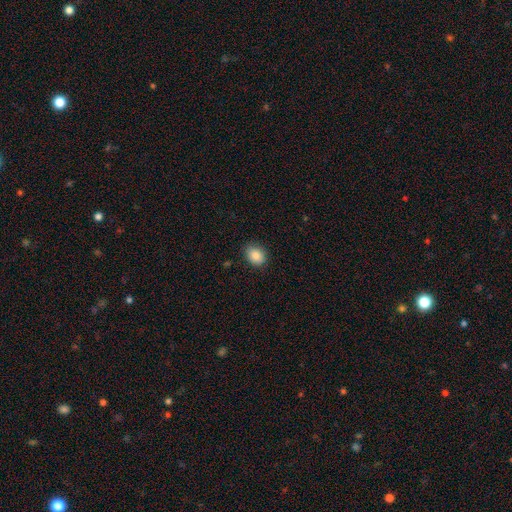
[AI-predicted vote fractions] Smooth or featured: smooth — 87% (star or artifact — 8%)
How rounded: in between — 55% (round — 44%)
Merging: none — 85% (minor disturbance — 11%)